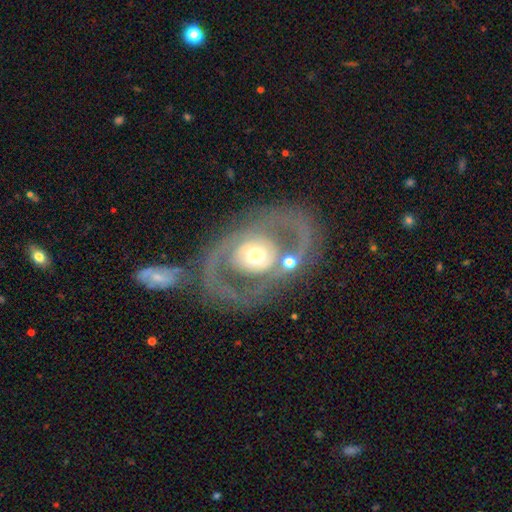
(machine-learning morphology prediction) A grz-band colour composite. It shows a featured or disk galaxy (76%) with no bar (70%), no spiral arms (53%) and a moderate central bulge (66%). Merging: none (63%).